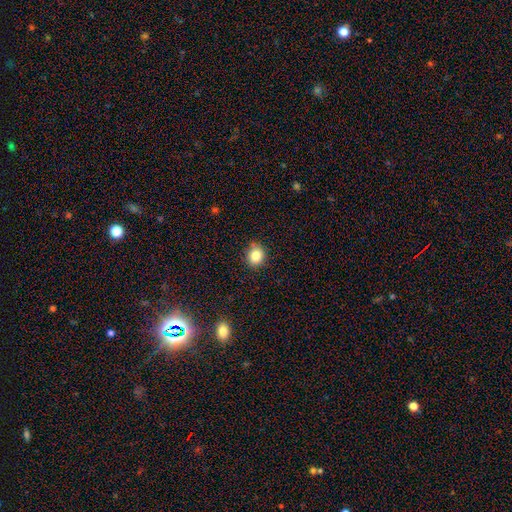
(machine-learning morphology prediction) type=smooth (83%); roundness=round (71%); merging=none (84%).